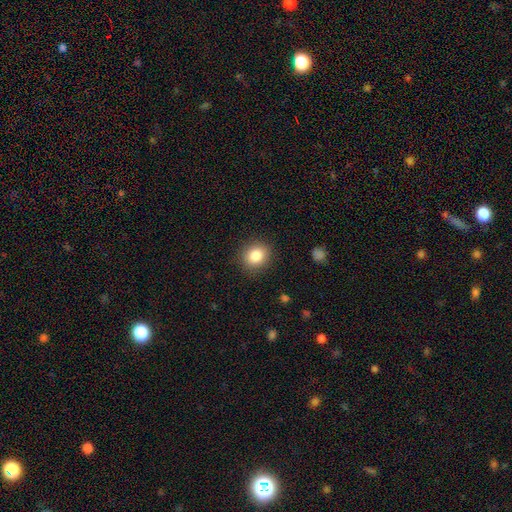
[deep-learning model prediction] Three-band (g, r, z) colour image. It shows a smooth galaxy with no disk features (84%) that is round (77%). Merging: none (89%).